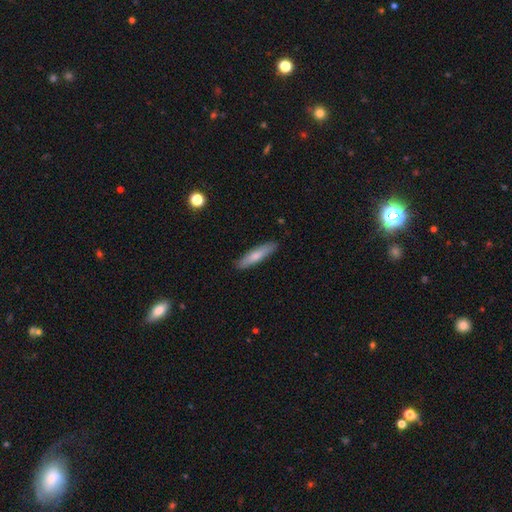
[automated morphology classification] This is likely a smooth galaxy (74%). How rounded: clearly cigar-shaped (80%). Merging: clearly none (89%).